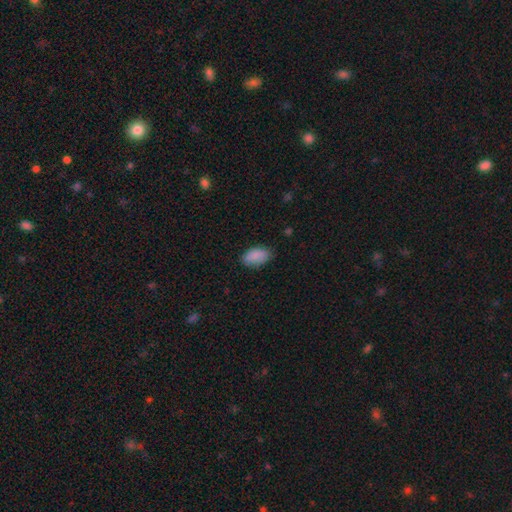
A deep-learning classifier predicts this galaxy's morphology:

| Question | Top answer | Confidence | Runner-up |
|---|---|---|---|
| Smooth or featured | smooth | 89% | star or artifact (7%) |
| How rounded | in between | 93% | round (5%) |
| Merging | none | 78% | minor disturbance (17%) |